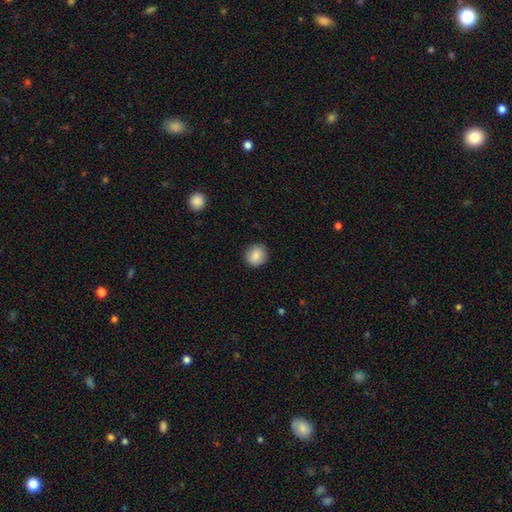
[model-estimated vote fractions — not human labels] smooth_or_featured: smooth (p=0.87) [alt: star or artifact p=0.08]
how_rounded: round (p=0.86) [alt: in between p=0.13]
merging: none (p=0.88) [alt: minor disturbance p=0.09]